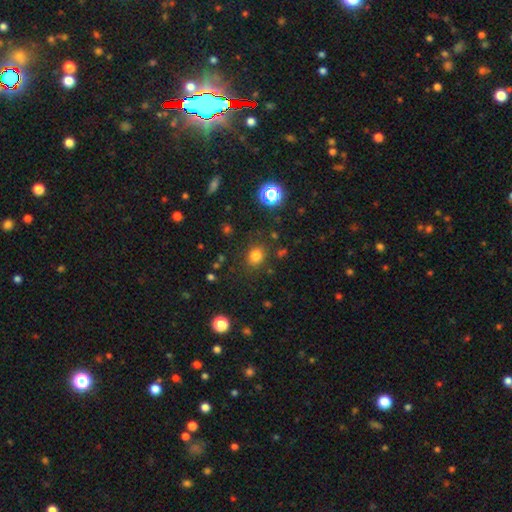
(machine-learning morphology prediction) A smooth galaxy with no disk features (77%) that is round (72%).

Vote fractions:
- Smooth or featured? smooth: 77% / star or artifact: 18% / featured or disk: 6%
- How rounded? round: 72% / in between: 27% / cigar-shaped: 1%
- Merging? none: 83% / minor disturbance: 10% / major disturbance: 4% / merger: 3%